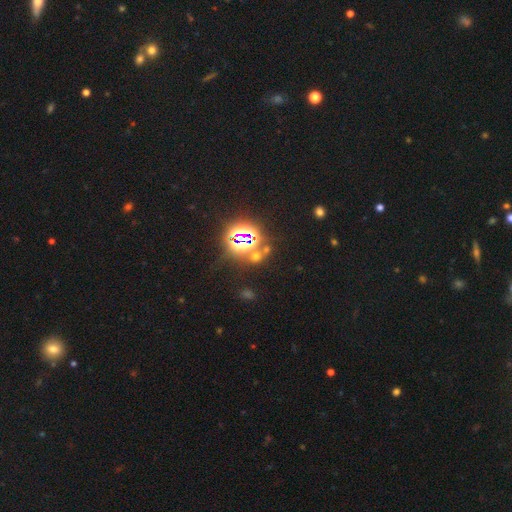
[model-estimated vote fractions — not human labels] Smooth or featured: star or artifact — 63% (smooth — 28%)